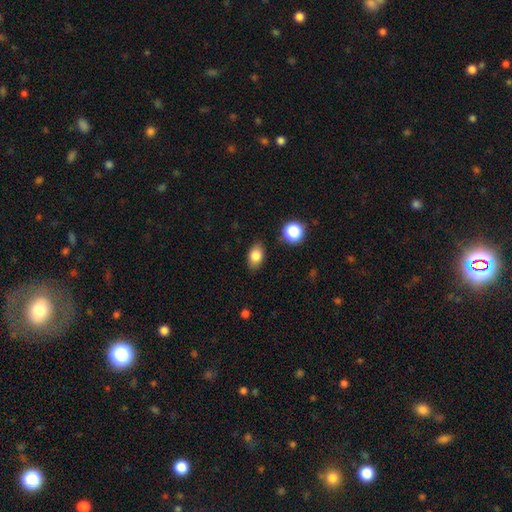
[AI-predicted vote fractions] smooth 82%, star or artifact 9%, featured or disk 9%. Down the decision tree: how rounded — in between (83%); merging — none (84%).